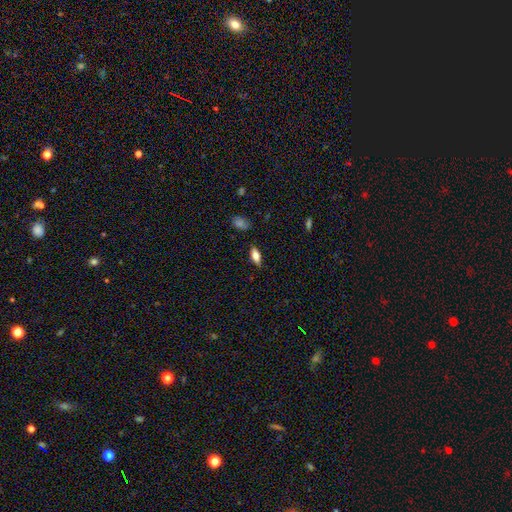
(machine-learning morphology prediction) Smooth or featured? Predicted: smooth (p=0.72). How rounded? Predicted: in between (p=0.80). Merging? Predicted: none (p=0.85).